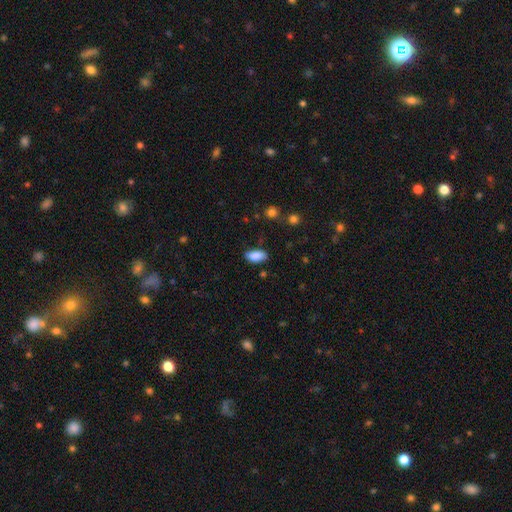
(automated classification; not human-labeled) Overall: smooth (88%). How rounded: in between (93%). Merging: none (80%).